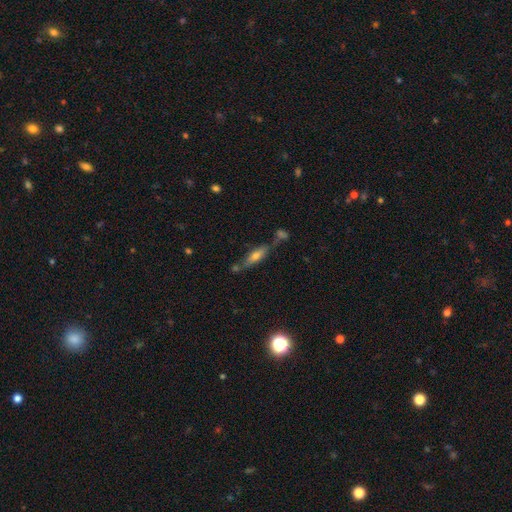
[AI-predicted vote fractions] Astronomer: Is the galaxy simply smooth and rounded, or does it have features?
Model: featured or disk — 47% (runner-up: smooth, 43%).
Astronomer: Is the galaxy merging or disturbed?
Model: none — 60%.